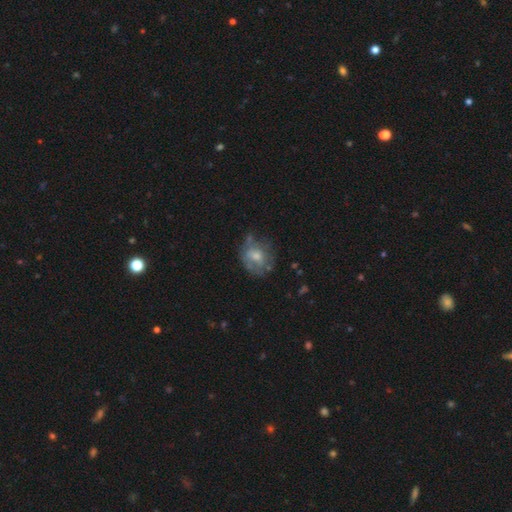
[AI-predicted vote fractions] Smooth or featured? Predicted: featured or disk (p=0.45). Merging? Predicted: none (p=0.57).